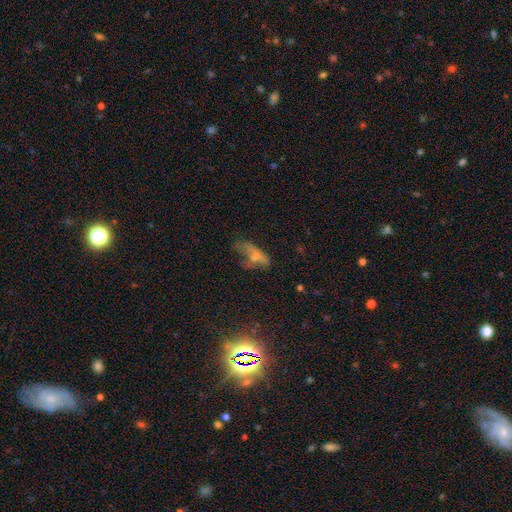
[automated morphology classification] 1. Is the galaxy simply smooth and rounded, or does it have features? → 52% smooth, 31% featured or disk, 17% star or artifact.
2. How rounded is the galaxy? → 66% in between, 27% cigar-shaped, 6% round.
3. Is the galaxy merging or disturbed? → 36% major disturbance, 28% none, 20% minor disturbance, 16% merger.